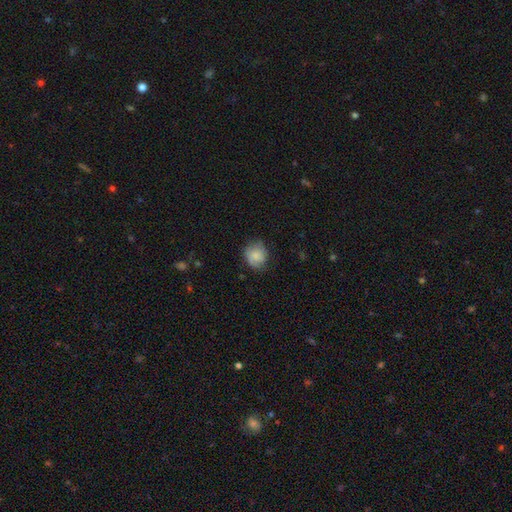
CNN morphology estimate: Q: Smooth or featured?
A: smooth (70%); runner-up: featured or disk (22%)
Q: How rounded?
A: round (76%); runner-up: in between (23%)
Q: Merging?
A: none (69%); runner-up: minor disturbance (23%)